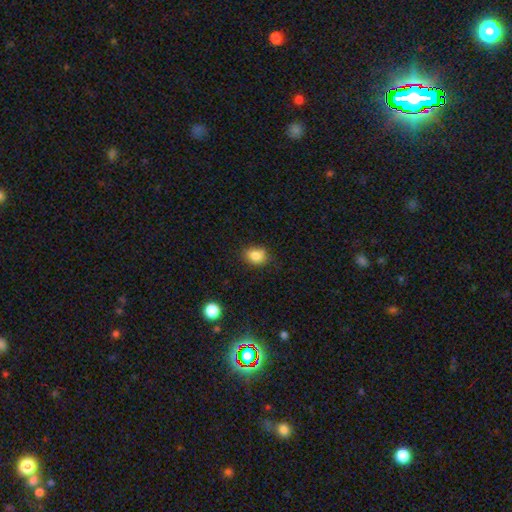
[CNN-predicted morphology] A smooth galaxy with no disk features (84%) that is in between round and cigar-shaped (54%).

Vote fractions:
- Smooth or featured? smooth: 84% / star or artifact: 10% / featured or disk: 6%
- How rounded? in between: 54% / round: 45% / cigar-shaped: 1%
- Merging? none: 74% / minor disturbance: 19% / major disturbance: 4% / merger: 3%